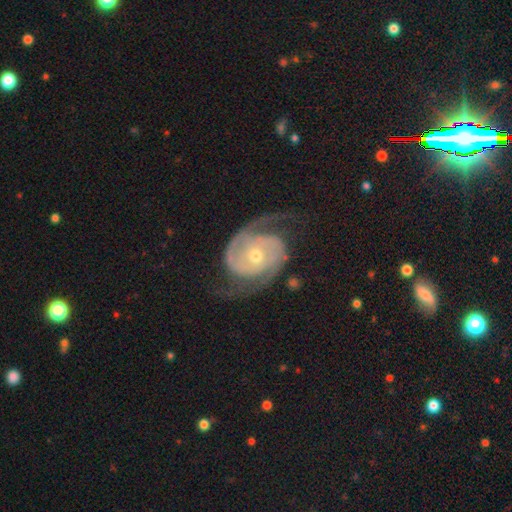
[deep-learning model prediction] Q: Smooth or featured?
A: featured or disk (92%); runner-up: star or artifact (4%)
Q: Edge-on disk?
A: no (98%); runner-up: yes (2%)
Q: Bar?
A: no (68%); runner-up: weak (23%)
Q: Spiral arms?
A: yes (98%); runner-up: no (2%)
Q: Spiral winding?
A: medium (50%); runner-up: tight (34%)
Q: Spiral arm count?
A: 2 (93%); runner-up: can't tell (2%)
Q: Bulge size?
A: small (49%); runner-up: moderate (47%)
Q: Merging?
A: none (75%); runner-up: minor disturbance (15%)